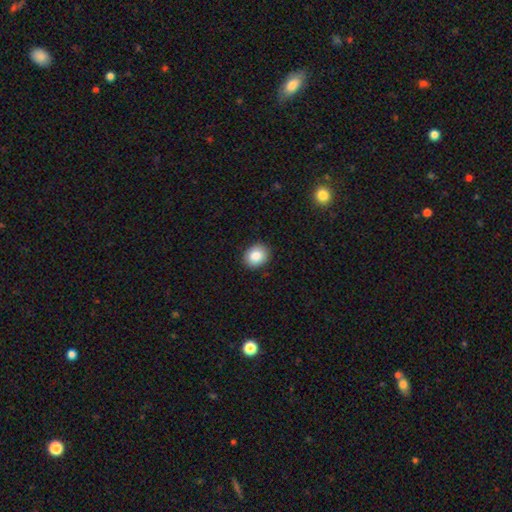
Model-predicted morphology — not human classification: Smooth or featured? smooth (86%)
How rounded? round (60%)
Merging? none (90%)